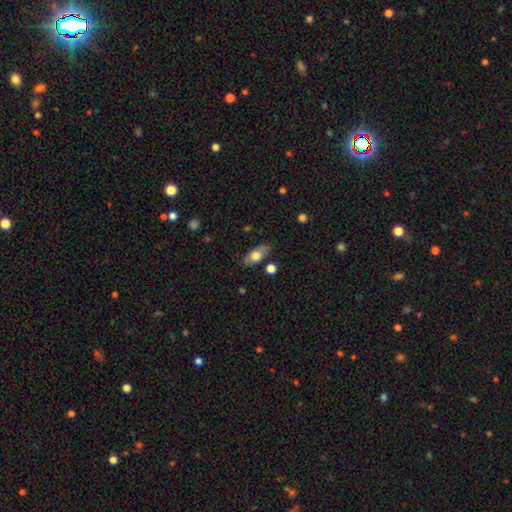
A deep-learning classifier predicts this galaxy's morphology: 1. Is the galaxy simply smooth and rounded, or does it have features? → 65% smooth, 28% featured or disk, 7% star or artifact.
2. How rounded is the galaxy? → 83% in between, 10% cigar-shaped, 7% round.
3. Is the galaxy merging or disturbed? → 79% none, 14% minor disturbance, 3% major disturbance, 3% merger.